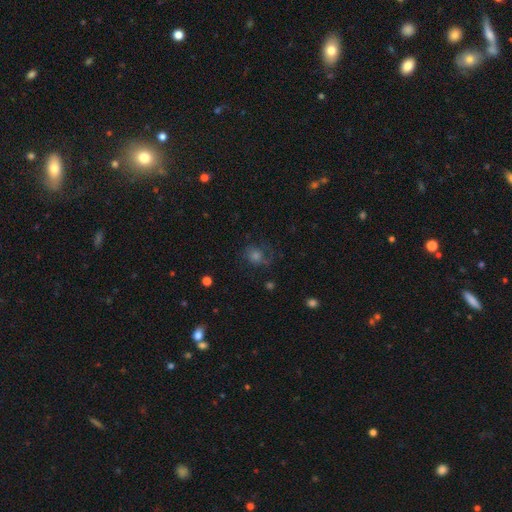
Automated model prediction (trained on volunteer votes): This is marginally a smooth galaxy (43%). Merging: likely none (60%).